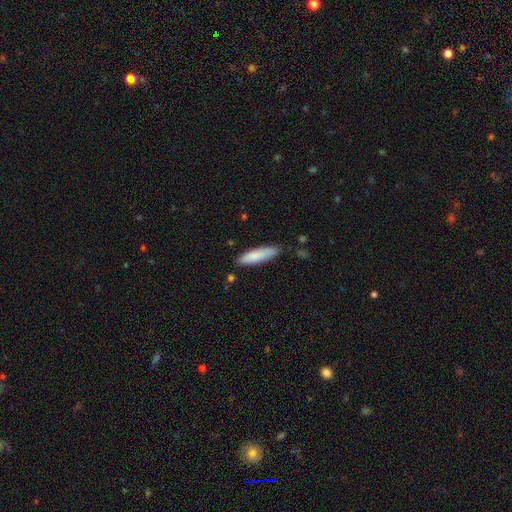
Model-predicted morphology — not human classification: smooth-or-featured: smooth: 84% | featured or disk: 10% | star or artifact: 6%
  how-rounded: cigar-shaped: 68% | in between: 30% | round: 1%
  merging: none: 81% | minor disturbance: 15% | major disturbance: 2% | merger: 2%